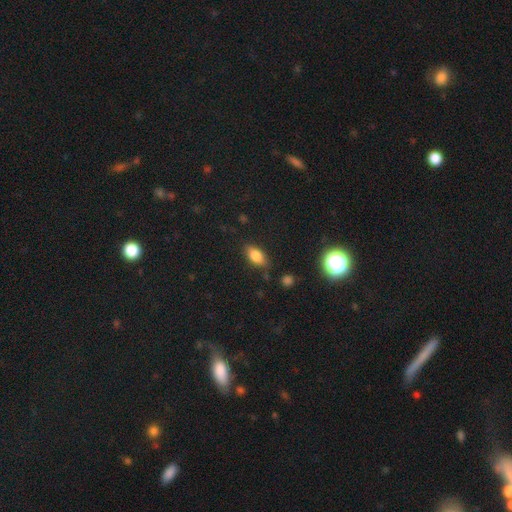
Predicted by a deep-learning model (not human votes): The model was most divided on "merging": none: 80%, minor disturbance: 14%, major disturbance: 4%, merger: 2%. More confident: how rounded — in between (87%); smooth or featured — smooth (79%).